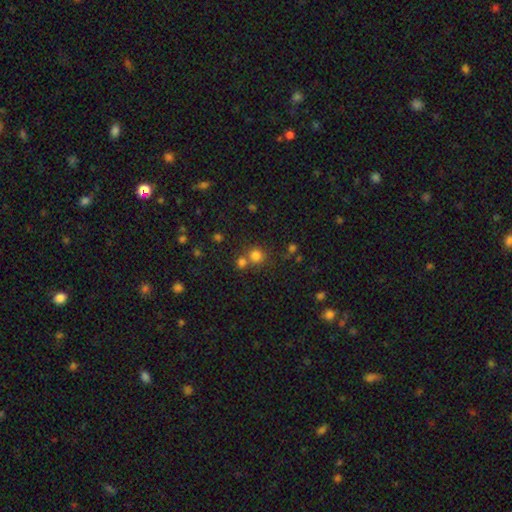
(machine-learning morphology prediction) smooth 77%, star or artifact 16%, featured or disk 6%. Down the decision tree: how rounded — round (90%); merging — none (59%).